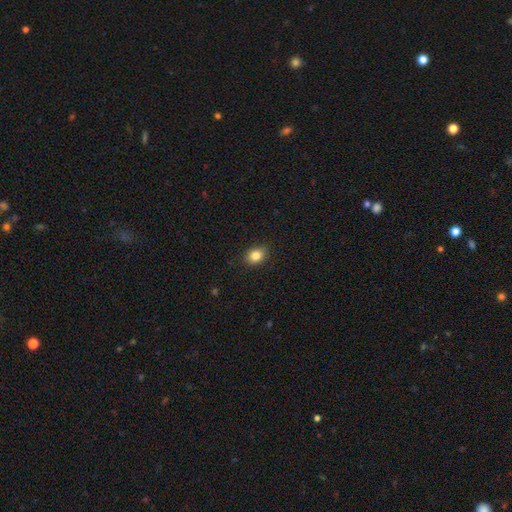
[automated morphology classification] Smooth or featured? Predicted: smooth (p=0.84). How rounded? Predicted: in between (p=0.58). Merging? Predicted: none (p=0.87).